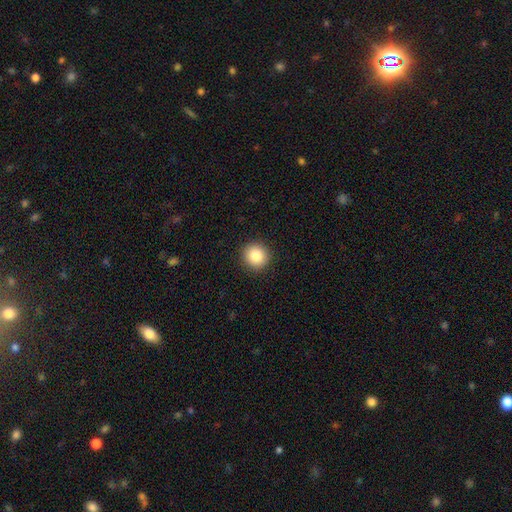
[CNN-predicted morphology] smooth-or-featured: smooth: 85% | star or artifact: 10% | featured or disk: 5%
  how-rounded: round: 91% | in between: 8% | cigar-shaped: 1%
  merging: none: 92% | minor disturbance: 5% | major disturbance: 2% | merger: 1%